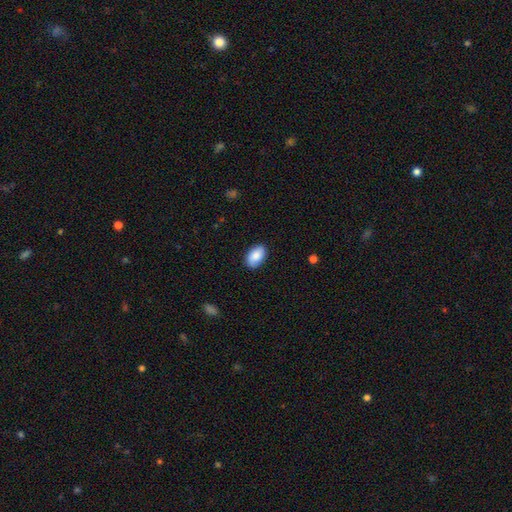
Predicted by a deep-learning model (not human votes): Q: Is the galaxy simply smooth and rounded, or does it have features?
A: smooth — 85%.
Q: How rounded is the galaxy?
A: in between — 92%.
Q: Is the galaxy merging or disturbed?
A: none — 85%.